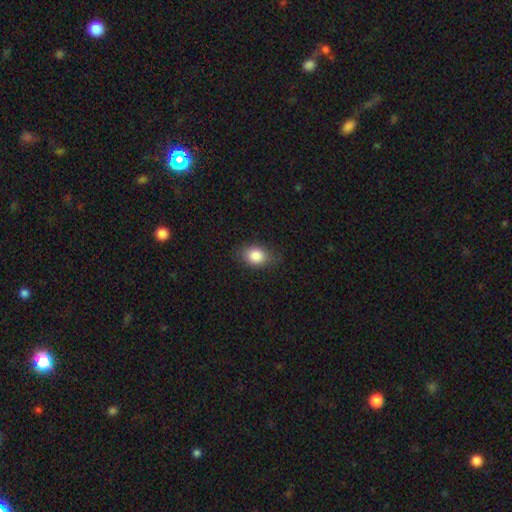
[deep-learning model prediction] This appears to be a smooth galaxy with no disk features (84%) that is in between round and cigar-shaped (68%). Merging: none (77%).